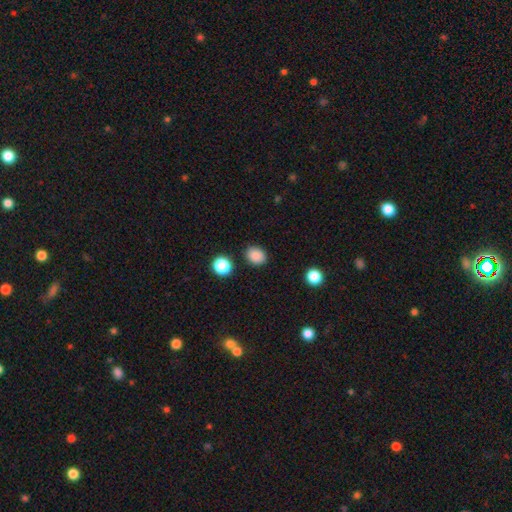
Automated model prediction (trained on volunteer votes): The model was most divided on "how rounded": in between: 50%, round: 49%, cigar-shaped: 1%. More confident: smooth or featured — smooth (86%); merging — none (86%).